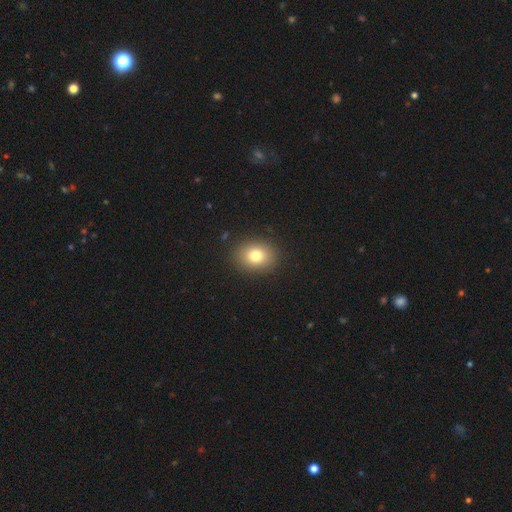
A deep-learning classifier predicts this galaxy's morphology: The model was most divided on "how rounded": round: 52%, in between: 47%, cigar-shaped: 1%. More confident: merging — none (89%); smooth or featured — smooth (79%).